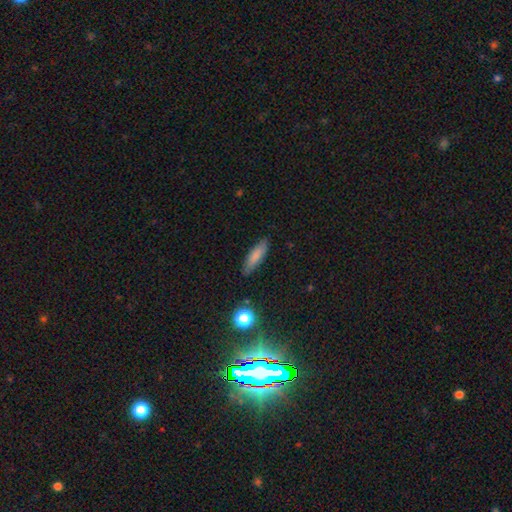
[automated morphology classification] This is clearly a smooth galaxy (81%). How rounded: possibly cigar-shaped (60%). Merging: clearly none (84%).